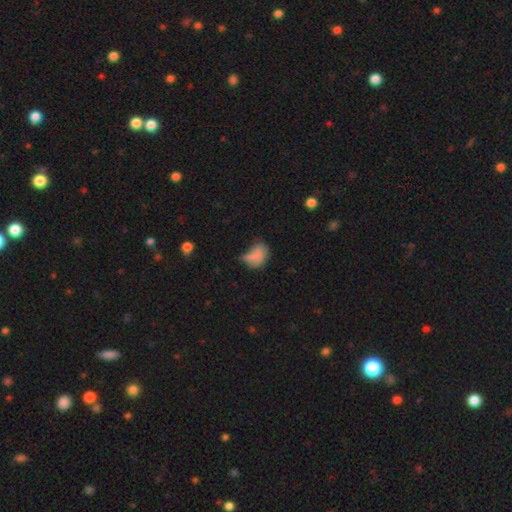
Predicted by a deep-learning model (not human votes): Morphology: type=smooth (72%); roundness=in between (78%); merging=minor disturbance (35%).